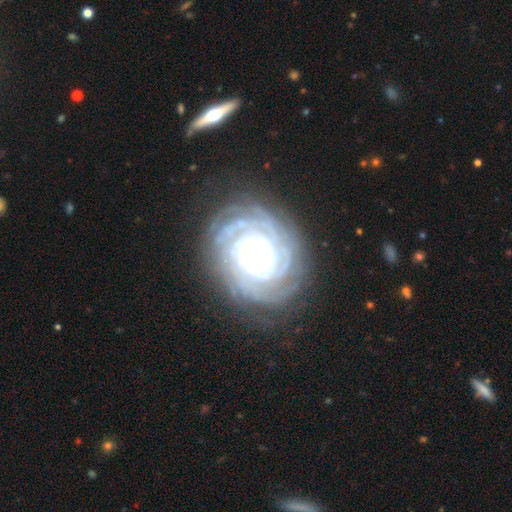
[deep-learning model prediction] featured or disk 89%, star or artifact 6%, smooth 6%. Down the decision tree: edge-on disk — no (97%); bar — no (66%); spiral arms — yes (97%); spiral arm count — more than 4 (24%, tied with can't tell); spiral winding — tight (87%); bulge size — moderate (64%); merging — none (79%).